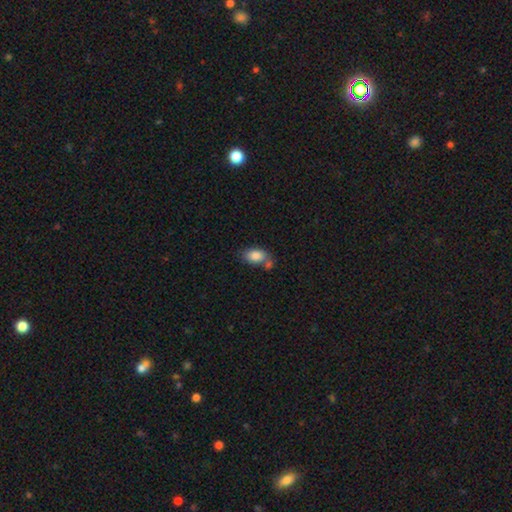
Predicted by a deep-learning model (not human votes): Overall: smooth (84%). How rounded: in between (89%). Merging: none (52%; merger 27%).